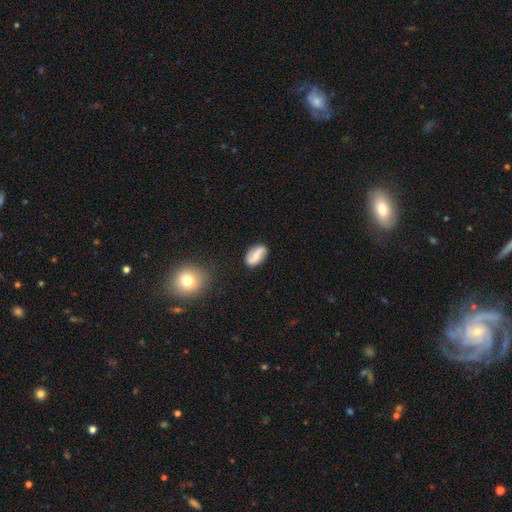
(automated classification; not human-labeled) smooth-or-featured: featured or disk: 51% | smooth: 41% | star or artifact: 8%
  disk-edge-on: no: 95% | yes: 5%
  merging: none: 81% | minor disturbance: 14% | major disturbance: 3% | merger: 2%